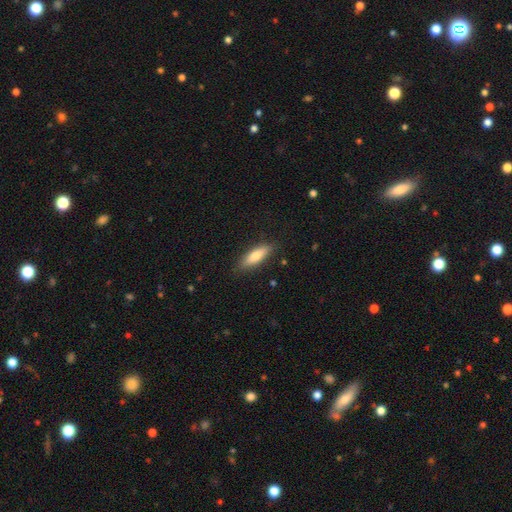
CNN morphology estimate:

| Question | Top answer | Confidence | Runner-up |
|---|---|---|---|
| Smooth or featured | smooth | 76% | featured or disk (18%) |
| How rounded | cigar-shaped | 52% | in between (46%) |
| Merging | none | 85% | minor disturbance (12%) |